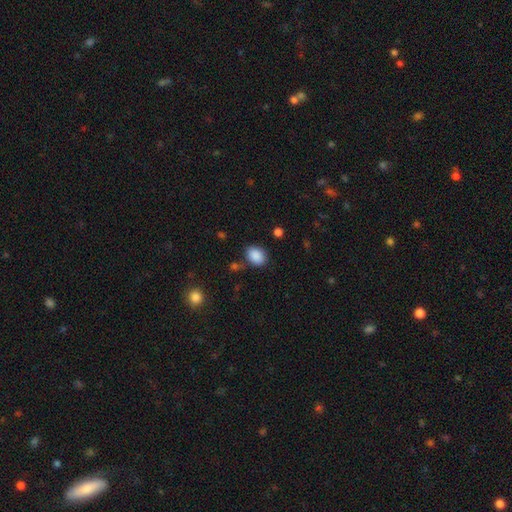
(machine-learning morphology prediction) The model was most divided on "how rounded": in between: 66%, round: 33%, cigar-shaped: 1%. More confident: smooth or featured — smooth (88%); merging — none (76%).